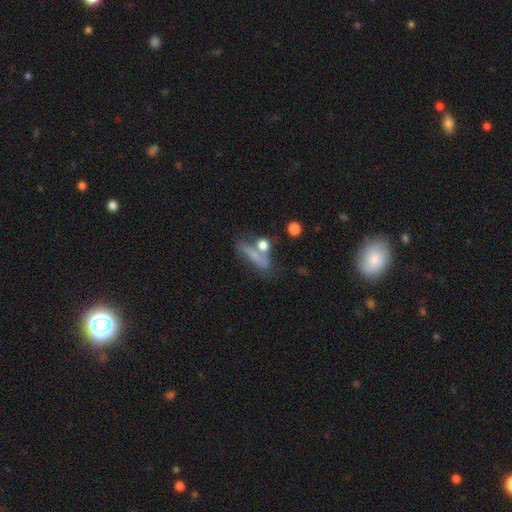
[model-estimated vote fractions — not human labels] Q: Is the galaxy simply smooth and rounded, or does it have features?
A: smooth — 58%.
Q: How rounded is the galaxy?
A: cigar-shaped — 50%.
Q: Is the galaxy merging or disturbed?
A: none — 44%.